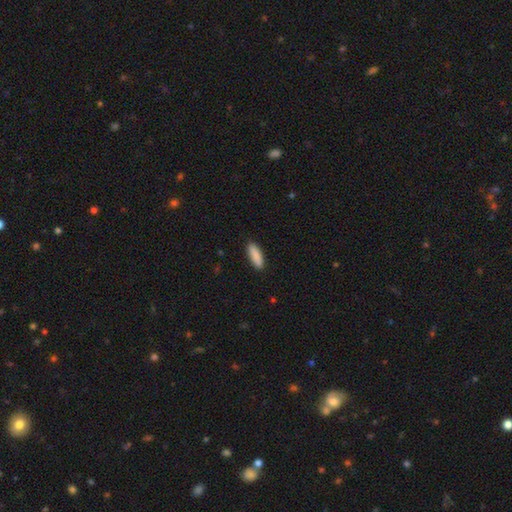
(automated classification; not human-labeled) This is clearly a smooth galaxy (89%). How rounded: possibly cigar-shaped (50%). Merging: clearly none (89%).